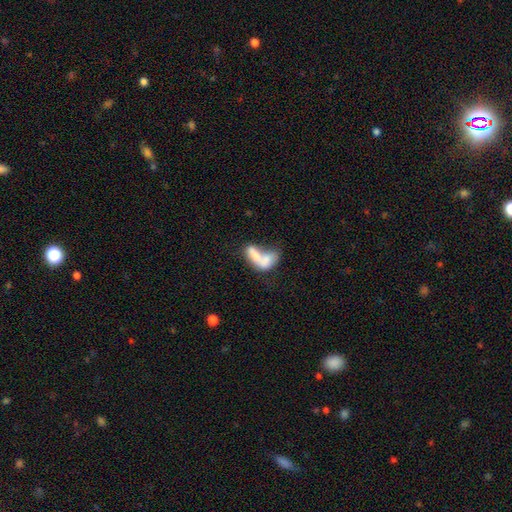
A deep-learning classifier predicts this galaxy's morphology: A smooth galaxy with no disk features (64%) that is in between round and cigar-shaped (78%).

Vote fractions:
- Smooth or featured? smooth: 64% / featured or disk: 28% / star or artifact: 8%
- How rounded? in between: 78% / cigar-shaped: 15% / round: 7%
- Merging? merger: 66% / none: 15% / major disturbance: 11% / minor disturbance: 8%